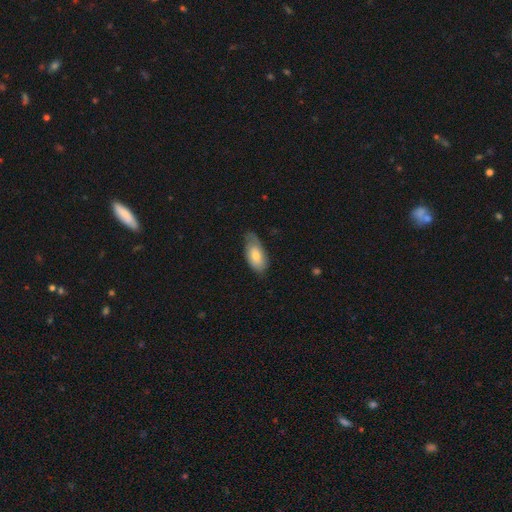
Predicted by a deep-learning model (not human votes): Smooth or featured?
  - smooth: 68% *
  - featured or disk: 26%
  - star or artifact: 6%
How rounded?
  - in between: 92% *
  - cigar-shaped: 5%
  - round: 3%
Merging?
  - none: 55% *
  - minor disturbance: 35%
  - major disturbance: 9%
  - merger: 1%